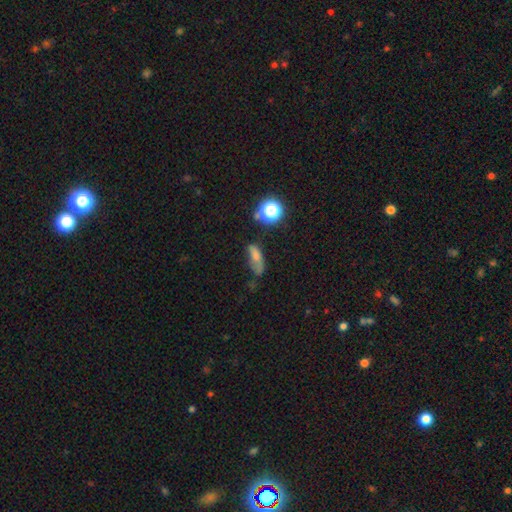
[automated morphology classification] smooth 61%, featured or disk 20%, star or artifact 19%. Down the decision tree: how rounded — in between (61%); merging — none (39%).